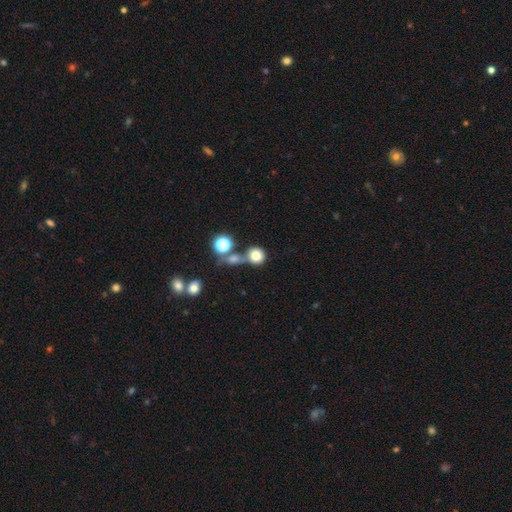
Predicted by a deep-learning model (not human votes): Overall: smooth (79%). How rounded: round (85%). Merging: none (52%; merger 29%).